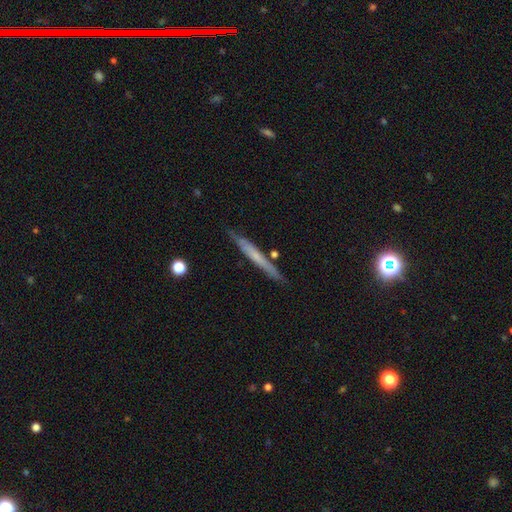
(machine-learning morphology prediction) This appears to be a featured or disk galaxy (50%). Merging: none (83%).